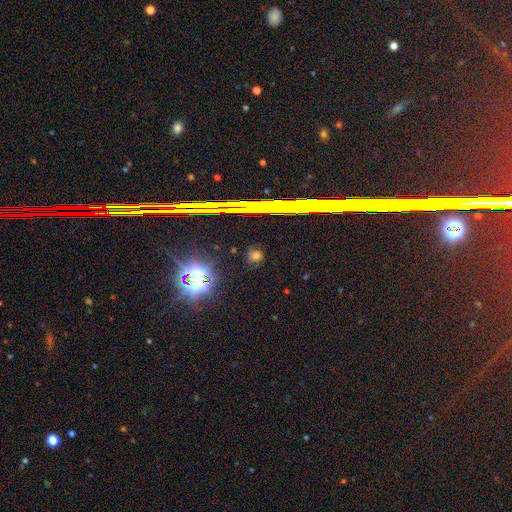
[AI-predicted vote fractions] Smooth or featured: smooth — 60% (star or artifact — 30%)
How rounded: round — 85% (in between — 13%)
Merging: none — 85% (minor disturbance — 9%)